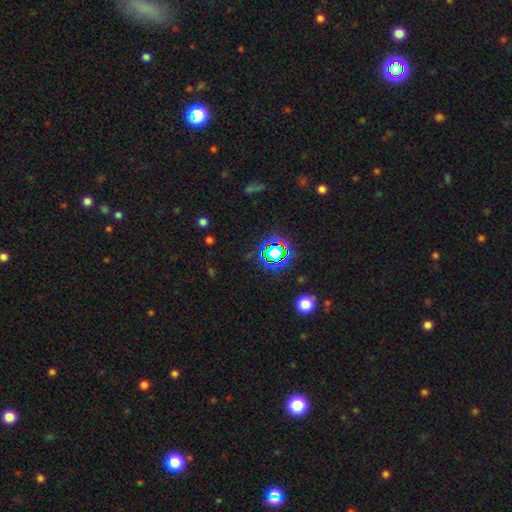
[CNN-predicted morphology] Smooth or featured?
  - star or artifact: 74% *
  - smooth: 17%
  - featured or disk: 9%